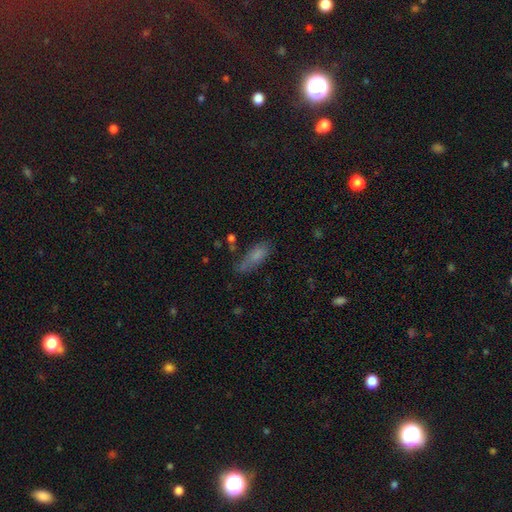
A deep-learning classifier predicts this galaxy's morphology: smooth-or-featured: smooth: 74% | featured or disk: 14% | star or artifact: 12%
  how-rounded: in between: 64% | cigar-shaped: 33% | round: 3%
  merging: none: 57% | minor disturbance: 26% | major disturbance: 11% | merger: 6%